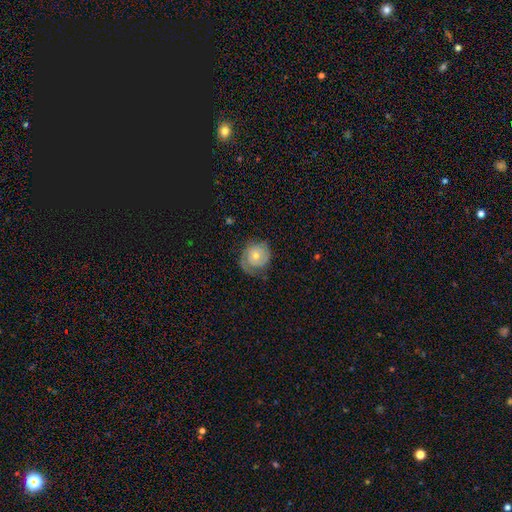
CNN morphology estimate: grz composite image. It shows a featured or disk galaxy (69%) with no bar (79%), 2 (38%) tight (67%) spiral arms (86%) and a moderate central bulge (53%). Merging: none (65%).